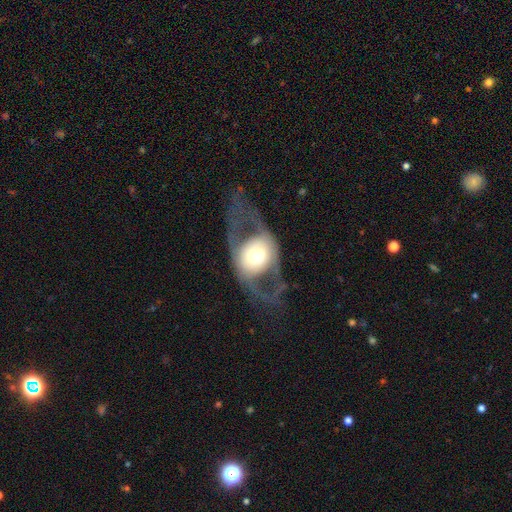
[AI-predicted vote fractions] Q: Smooth or featured?
A: featured or disk (63%); runner-up: smooth (32%)
Q: Edge-on disk?
A: no (88%); runner-up: yes (12%)
Q: Bar?
A: no (71%); runner-up: weak (17%)
Q: Spiral arms?
A: no (61%); runner-up: yes (39%)
Q: Bulge size?
A: moderate (50%); runner-up: large (34%)
Q: Merging?
A: none (52%); runner-up: major disturbance (32%)